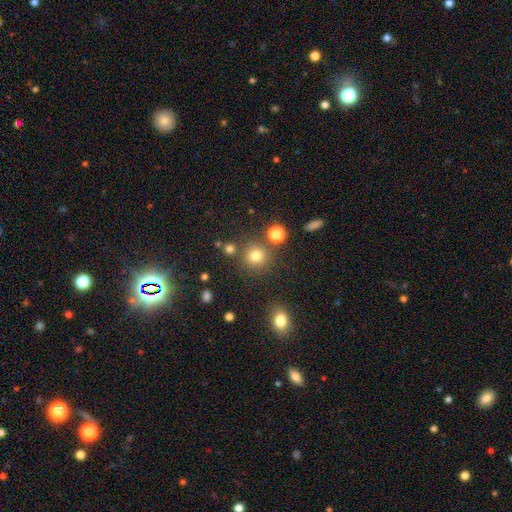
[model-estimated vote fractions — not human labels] This is likely a smooth galaxy (77%). How rounded: clearly round (93%). Merging: clearly none (81%).